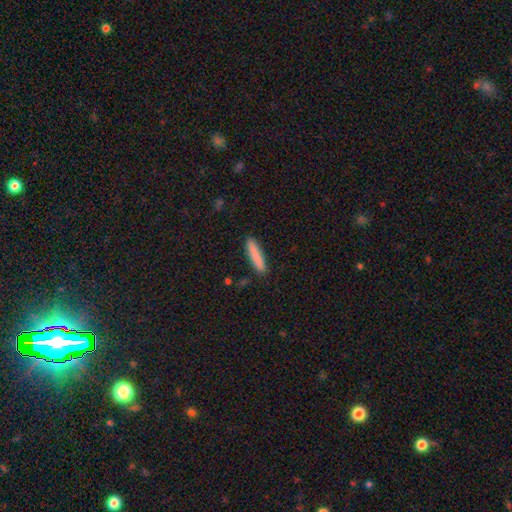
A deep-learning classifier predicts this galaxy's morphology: Q: Smooth or featured?
A: smooth (85%); runner-up: featured or disk (9%)
Q: How rounded?
A: cigar-shaped (88%); runner-up: in between (10%)
Q: Merging?
A: none (89%); runner-up: minor disturbance (8%)